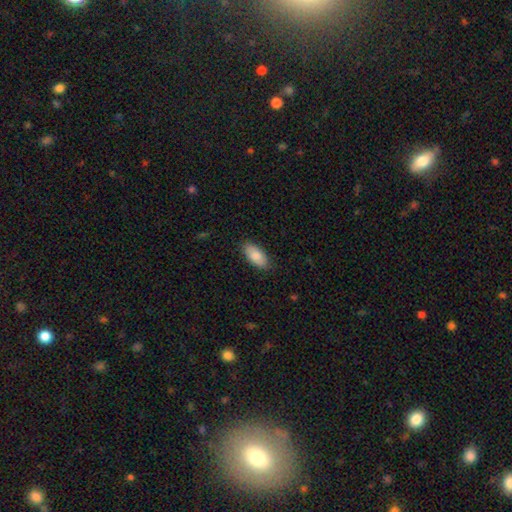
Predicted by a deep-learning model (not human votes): Overall: smooth (84%). How rounded: in between (92%). Merging: none (85%).